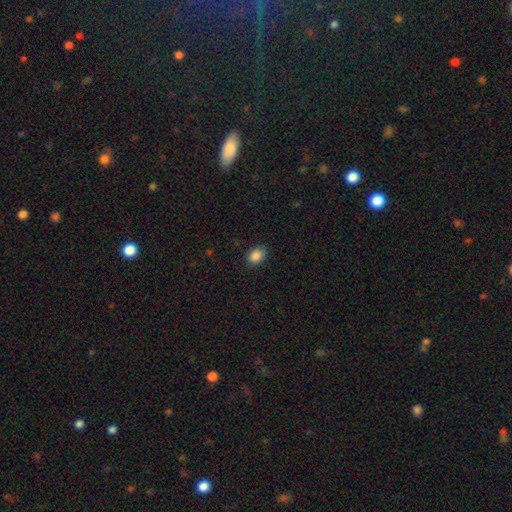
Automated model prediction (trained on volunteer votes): smooth-or-featured: smooth: 88% | star or artifact: 9% | featured or disk: 3%
  how-rounded: in between: 72% | round: 27% | cigar-shaped: 1%
  merging: none: 85% | minor disturbance: 12% | major disturbance: 2% | merger: 1%